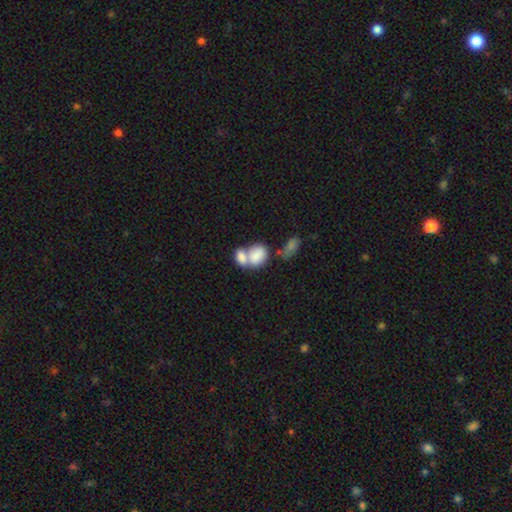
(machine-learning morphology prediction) smooth_or_featured: smooth (p=0.78) [alt: featured or disk p=0.15]
how_rounded: in between (p=0.82) [alt: round p=0.17]
merging: merger (p=0.71) [alt: none p=0.17]